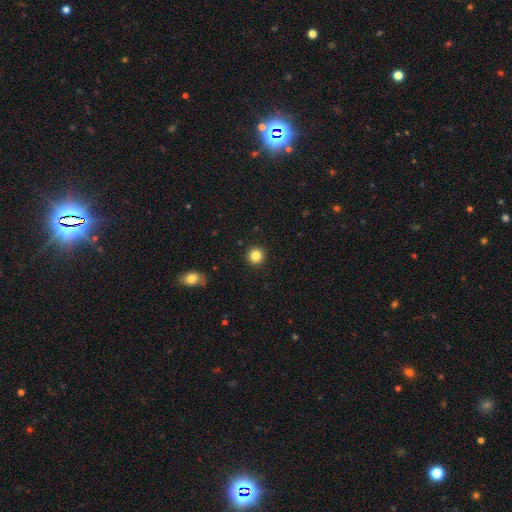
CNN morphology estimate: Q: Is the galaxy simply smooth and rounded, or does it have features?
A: smooth — 84%.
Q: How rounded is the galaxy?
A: round — 95%.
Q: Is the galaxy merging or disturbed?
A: none — 93%.